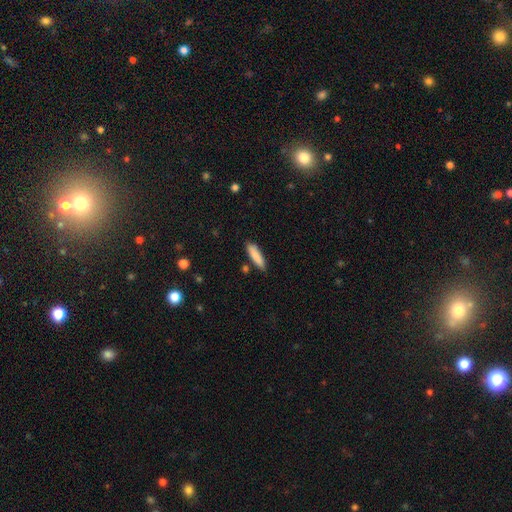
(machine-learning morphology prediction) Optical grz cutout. It shows a smooth galaxy with no disk features (86%) that is cigar-shaped (74%). Merging: none (83%).